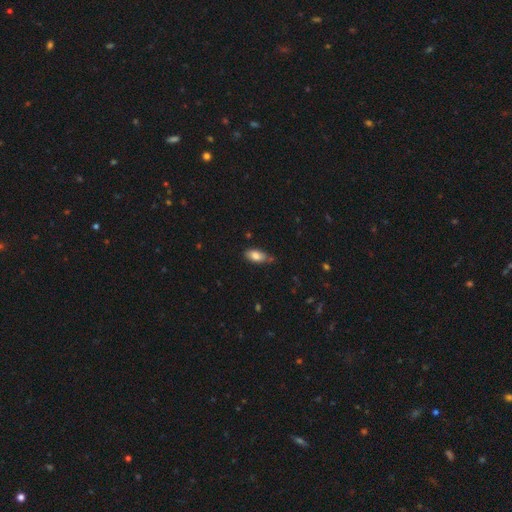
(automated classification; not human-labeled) Morphology: type=smooth (83%); roundness=in between (89%); merging=none (64%).